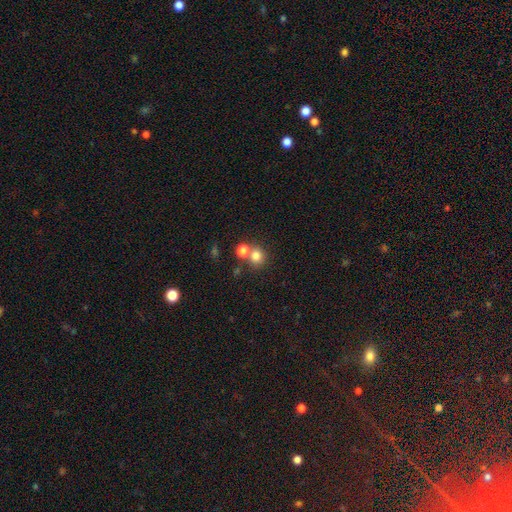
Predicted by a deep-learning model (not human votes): Morphology: type=smooth (78%); roundness=round (85%); merging=none (59%).